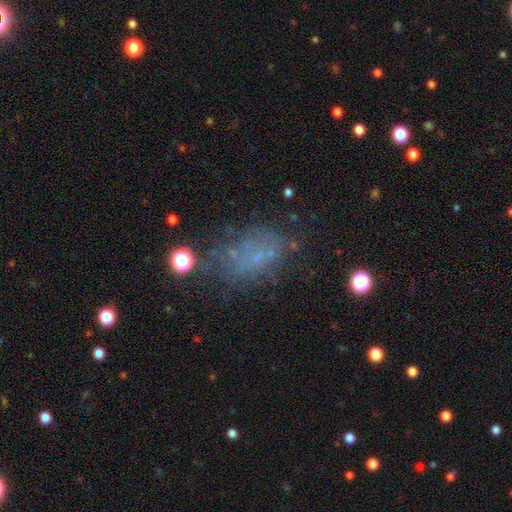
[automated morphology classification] A smooth galaxy with no disk features (41%).

Vote fractions:
- Smooth or featured? smooth: 41% / featured or disk: 35% / star or artifact: 24%
- Merging? none: 51% / major disturbance: 21% / minor disturbance: 21% / merger: 7%